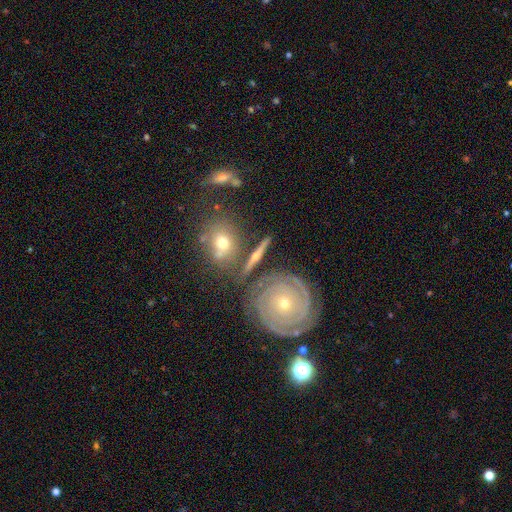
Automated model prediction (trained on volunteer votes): Smooth or featured?
  - featured or disk: 68% *
  - smooth: 22%
  - star or artifact: 10%
Edge-on disk?
  - no: 58% *
  - yes: 42%
Merging?
  - none: 75% *
  - minor disturbance: 12%
  - merger: 9%
  - major disturbance: 4%